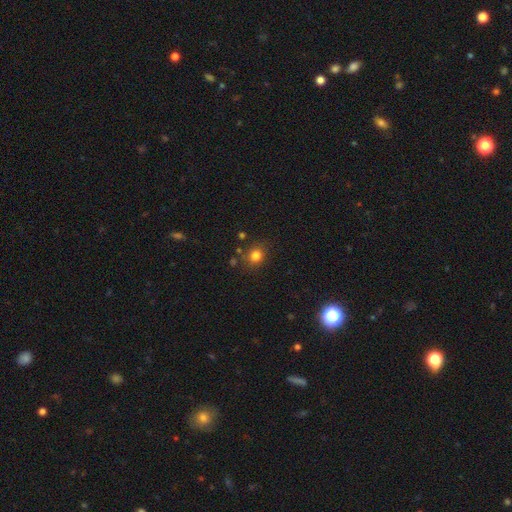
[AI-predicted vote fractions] Smooth or featured?
  - smooth: 80% *
  - star or artifact: 14%
  - featured or disk: 6%
How rounded?
  - round: 73% *
  - in between: 26%
  - cigar-shaped: 1%
Merging?
  - none: 79% *
  - minor disturbance: 12%
  - merger: 5%
  - major disturbance: 4%